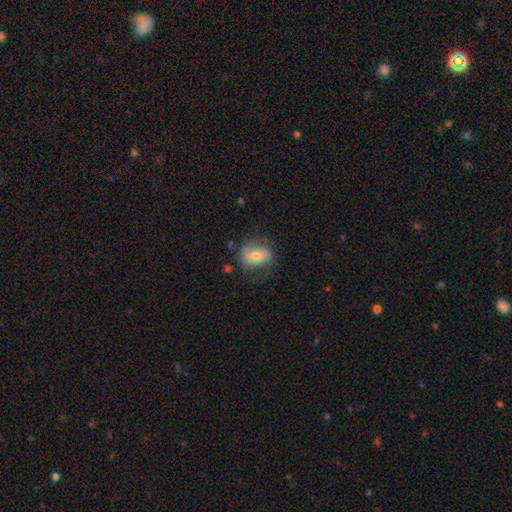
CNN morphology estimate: type=smooth (48%); merging=none (66%).